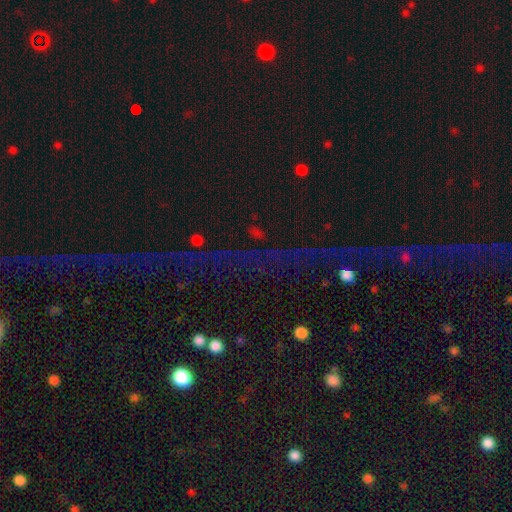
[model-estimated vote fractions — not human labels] A star or artifact, not a galaxy (68%).